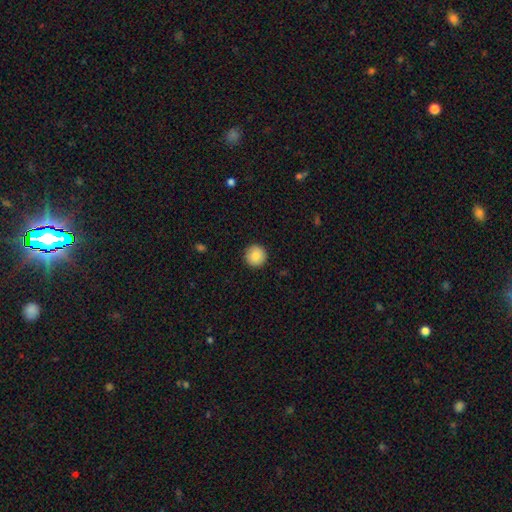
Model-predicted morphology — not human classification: Smooth or featured? Predicted: smooth (p=0.85). How rounded? Predicted: round (p=0.96). Merging? Predicted: none (p=0.92).